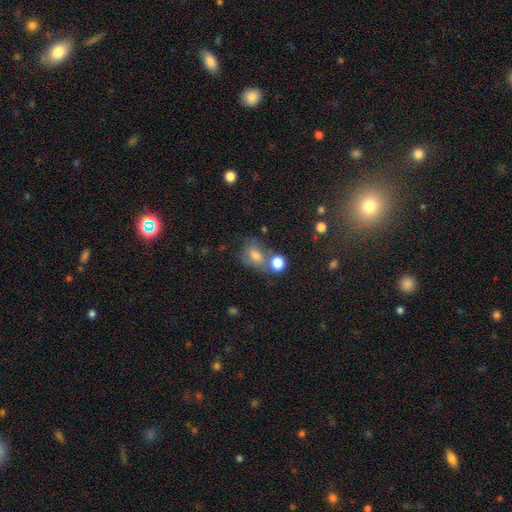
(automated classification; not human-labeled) Smooth or featured?
  - smooth: 67% *
  - featured or disk: 18%
  - star or artifact: 16%
How rounded?
  - in between: 56% *
  - round: 42%
  - cigar-shaped: 2%
Merging?
  - none: 45% *
  - merger: 30%
  - minor disturbance: 17%
  - major disturbance: 8%